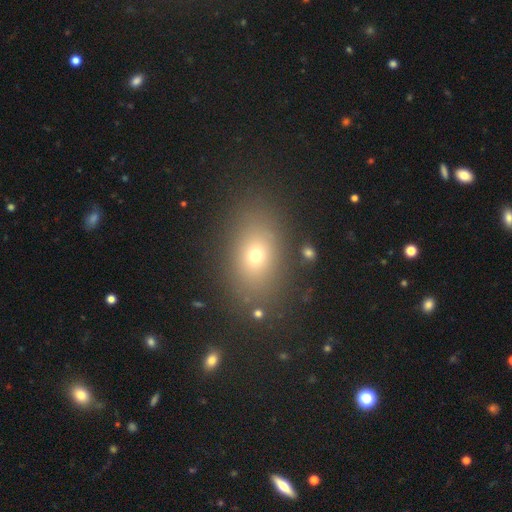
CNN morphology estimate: This is likely a smooth galaxy (65%). How rounded: likely in between (73%). Merging: clearly none (84%).